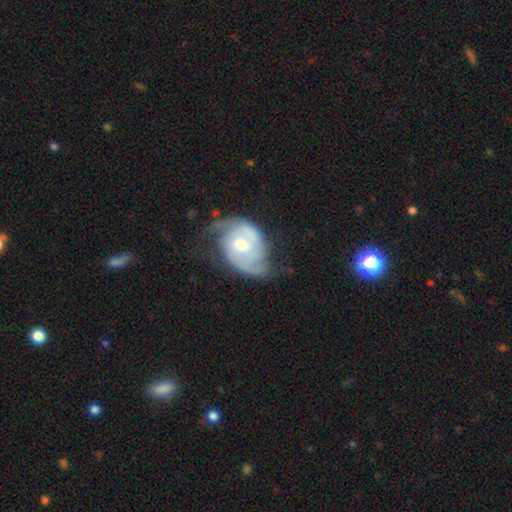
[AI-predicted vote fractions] Smooth or featured: featured or disk — 81% (smooth — 10%)
Edge-on disk: no — 97% (yes — 3%)
Bar: no — 62% (weak — 29%)
Spiral arms: yes — 94% (no — 6%)
Spiral winding: tight — 48% (medium — 38%)
Spiral arm count: 2 — 65% (can't tell — 15%)
Bulge size: moderate — 58% (small — 35%)
Merging: none — 61% (minor disturbance — 23%)